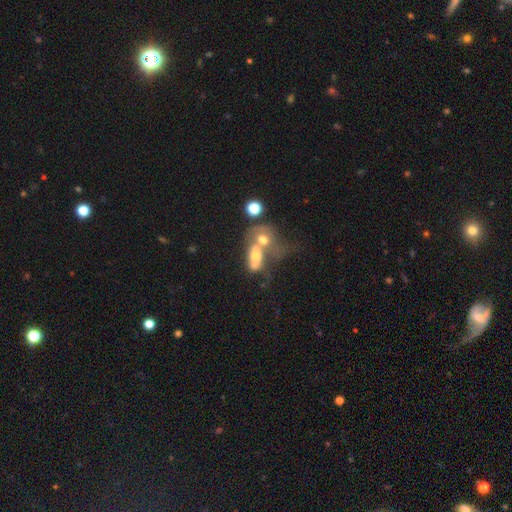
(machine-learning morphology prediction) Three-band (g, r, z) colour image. It shows a smooth galaxy with no disk features (52%) that is in between round and cigar-shaped (75%). Merging: merger (71%).